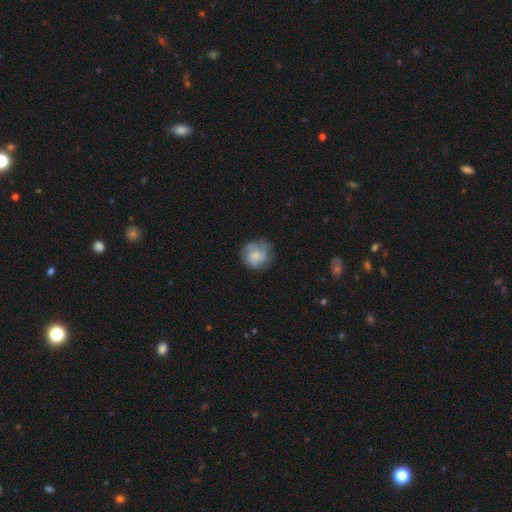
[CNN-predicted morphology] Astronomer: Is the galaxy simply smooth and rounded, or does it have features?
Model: smooth — 50% (runner-up: featured or disk, 41%).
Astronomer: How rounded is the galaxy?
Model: round — 86%.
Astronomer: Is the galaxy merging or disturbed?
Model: none — 72%.